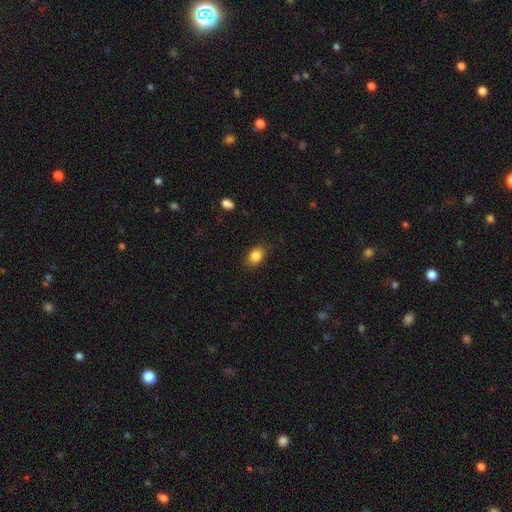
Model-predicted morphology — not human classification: The model was most divided on "how rounded": in between: 69%, round: 29%, cigar-shaped: 1%. More confident: smooth or featured — smooth (85%); merging — none (83%).